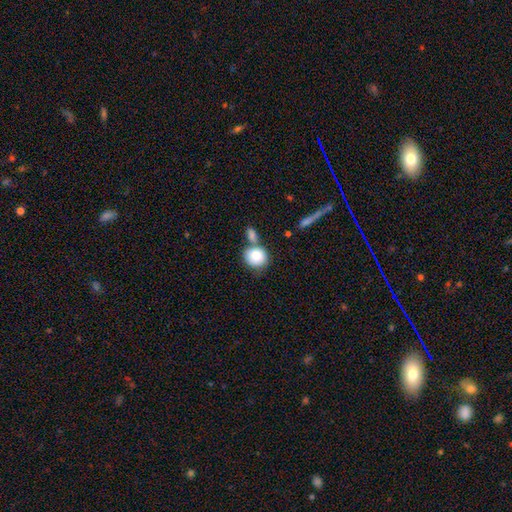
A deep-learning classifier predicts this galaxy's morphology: type=smooth (83%); roundness=round (79%); merging=none (49%).